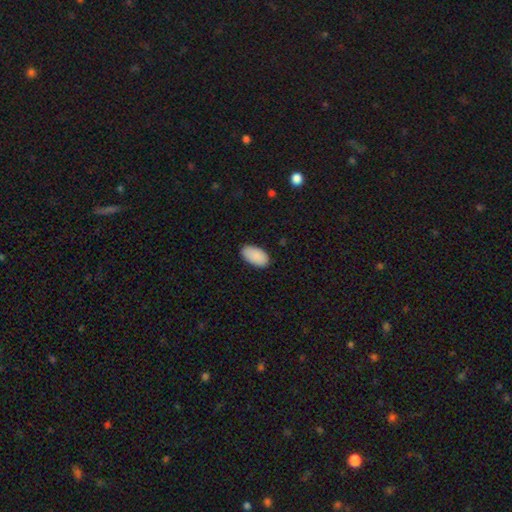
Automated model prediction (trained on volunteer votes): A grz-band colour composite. It shows a smooth galaxy with no disk features (90%) that is in between round and cigar-shaped (96%). Merging: none (86%).